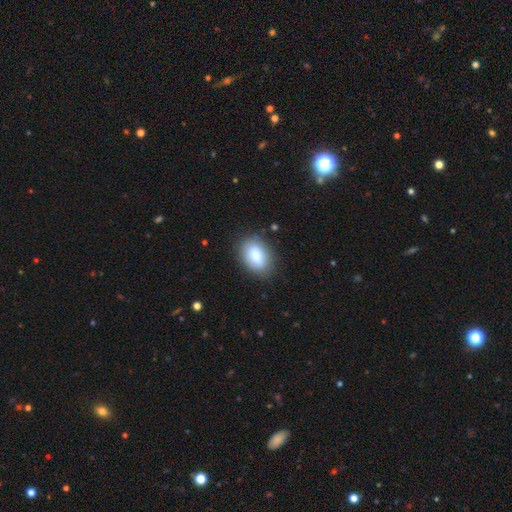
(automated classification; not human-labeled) smooth_or_featured: smooth (p=0.83) [alt: featured or disk p=0.10]
how_rounded: in between (p=0.89) [alt: round p=0.09]
merging: none (p=0.82) [alt: minor disturbance p=0.13]